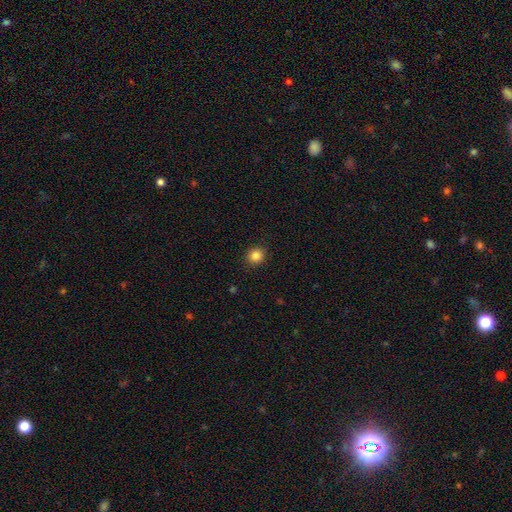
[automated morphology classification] This appears to be a smooth galaxy with no disk features (84%) that is round (85%). Merging: none (91%).